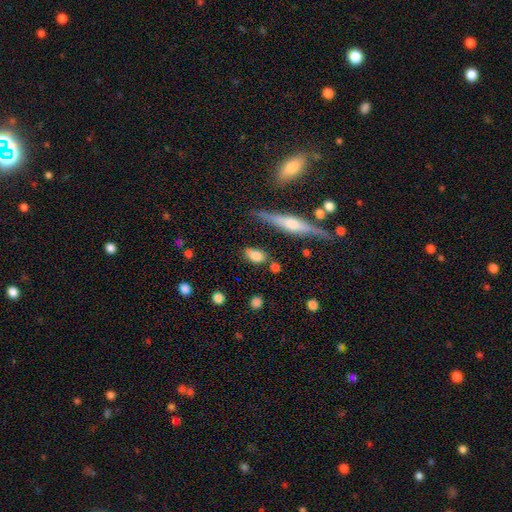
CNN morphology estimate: Q: Smooth or featured?
A: smooth (77%); runner-up: featured or disk (14%)
Q: How rounded?
A: in between (79%); runner-up: round (12%)
Q: Merging?
A: none (65%); runner-up: minor disturbance (21%)